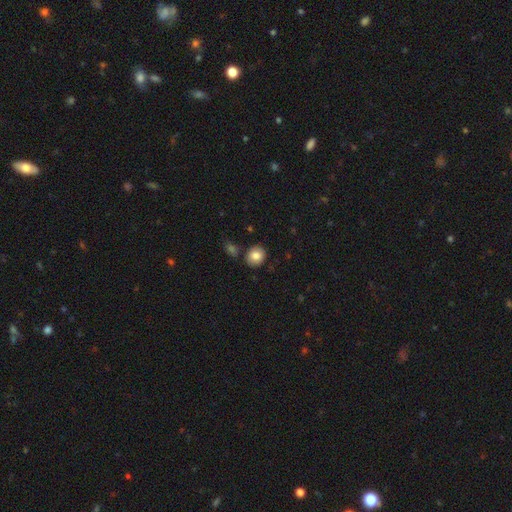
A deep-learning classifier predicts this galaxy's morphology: smooth_or_featured: smooth (p=0.81) [alt: featured or disk p=0.11]
how_rounded: round (p=0.71) [alt: in between p=0.28]
merging: none (p=0.82) [alt: minor disturbance p=0.11]